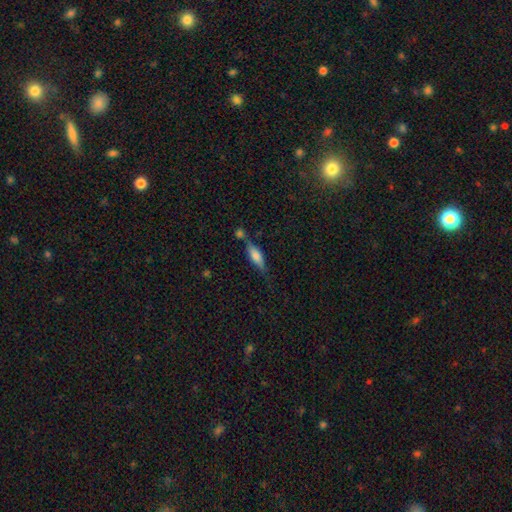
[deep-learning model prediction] smooth_or_featured: smooth (p=0.54) [alt: featured or disk p=0.37]
how_rounded: in between (p=0.49) [alt: cigar-shaped p=0.48]
merging: none (p=0.60) [alt: minor disturbance p=0.19]